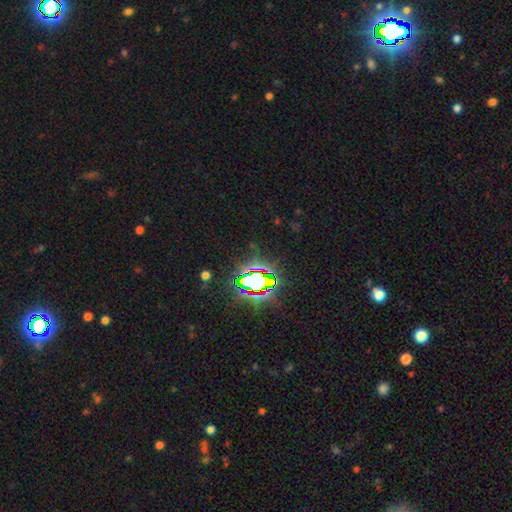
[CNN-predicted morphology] Smooth or featured? star or artifact (81%)